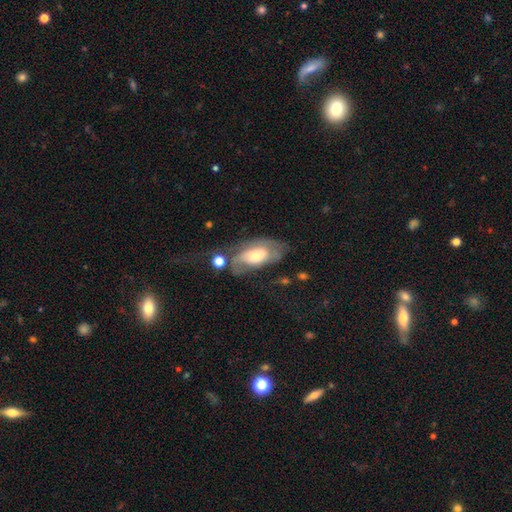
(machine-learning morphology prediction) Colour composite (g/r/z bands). It shows a featured or disk galaxy (54%). Merging: none (37%).